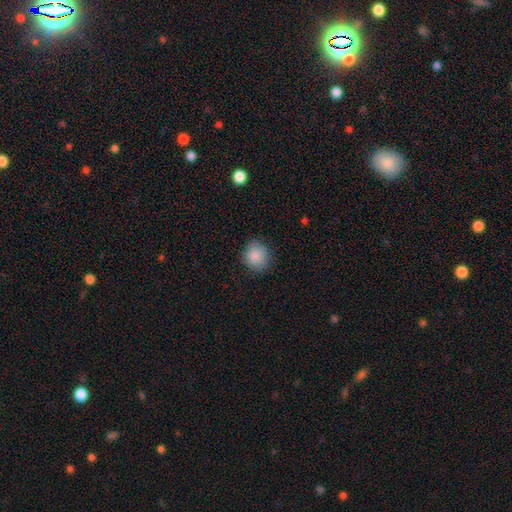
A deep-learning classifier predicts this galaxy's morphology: Smooth or featured?
  - smooth: 88% *
  - star or artifact: 8%
  - featured or disk: 5%
How rounded?
  - round: 79% *
  - in between: 20%
  - cigar-shaped: 1%
Merging?
  - none: 81% *
  - minor disturbance: 14%
  - major disturbance: 3%
  - merger: 1%